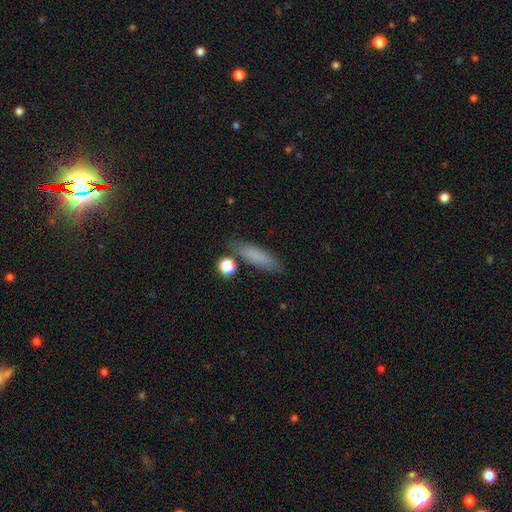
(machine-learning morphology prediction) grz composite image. It shows a smooth galaxy with no disk features (80%) that is cigar-shaped (62%). Merging: none (78%).